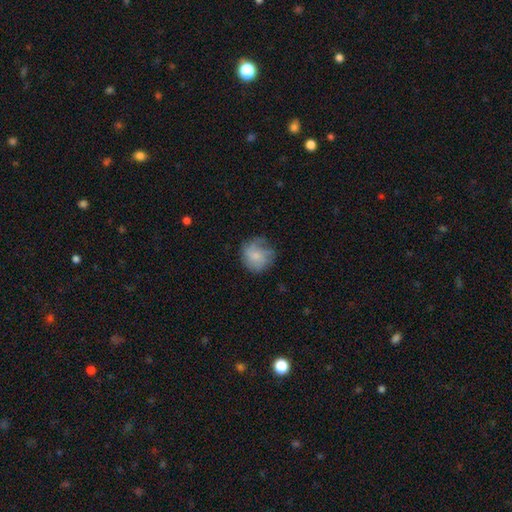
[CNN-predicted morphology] Smooth or featured? smooth (60%)
How rounded? round (84%)
Merging? none (63%)